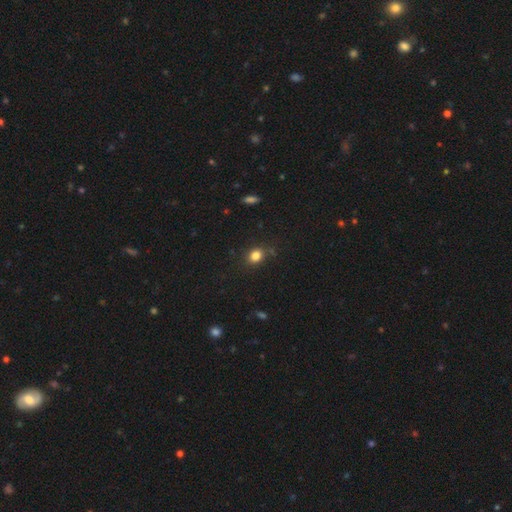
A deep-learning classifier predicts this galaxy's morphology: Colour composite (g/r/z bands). It shows a smooth galaxy with no disk features (83%) that is round (53%). Merging: none (79%).